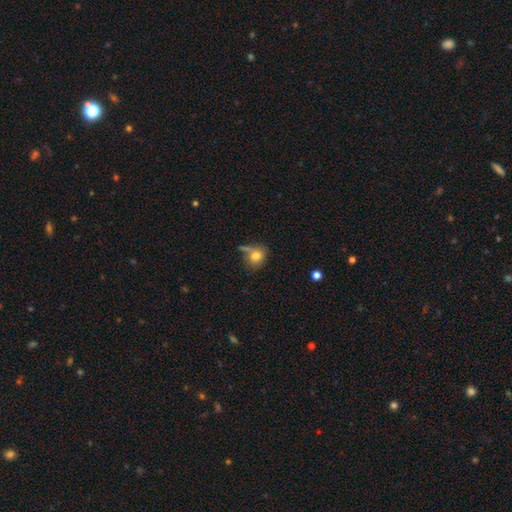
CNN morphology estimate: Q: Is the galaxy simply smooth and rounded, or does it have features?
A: smooth — 78%.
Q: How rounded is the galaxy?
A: round — 66%.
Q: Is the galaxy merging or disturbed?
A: none — 53%.